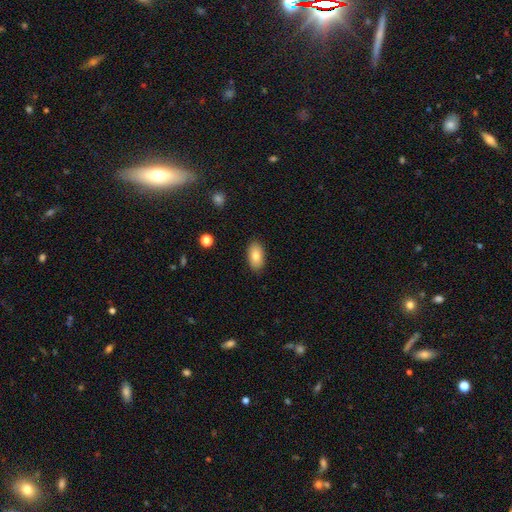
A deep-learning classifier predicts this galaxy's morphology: type=smooth (82%); roundness=in between (93%); merging=none (88%).